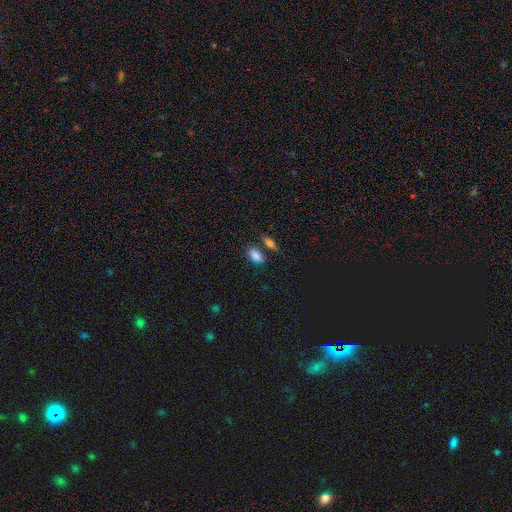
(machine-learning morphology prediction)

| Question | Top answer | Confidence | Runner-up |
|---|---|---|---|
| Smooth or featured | smooth | 85% | star or artifact (9%) |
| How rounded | in between | 88% | round (8%) |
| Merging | none | 64% | merger (16%) |